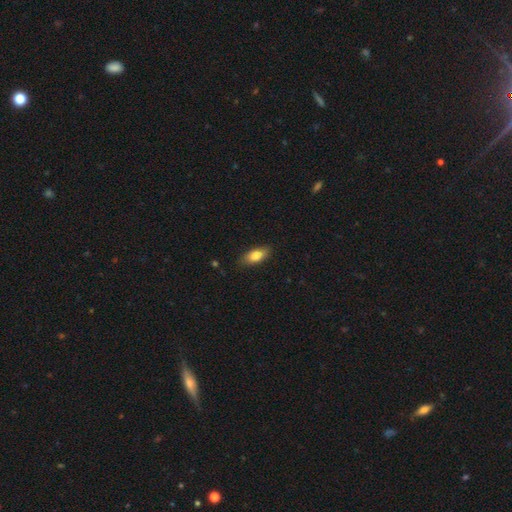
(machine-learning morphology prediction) Smooth or featured? smooth (80%)
How rounded? in between (84%)
Merging? none (86%)